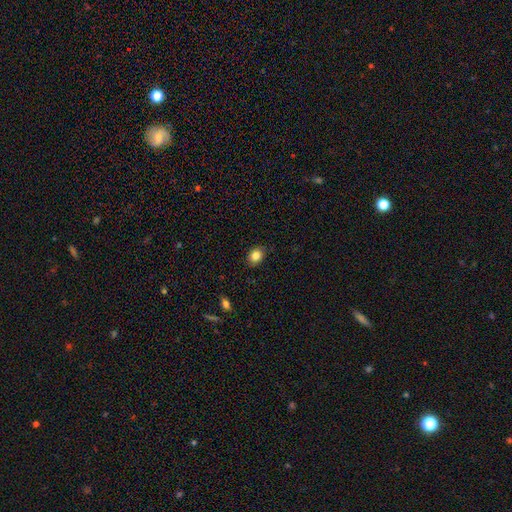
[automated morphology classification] The model was most divided on "how rounded": in between: 50%, round: 49%, cigar-shaped: 1%. More confident: merging — none (84%); smooth or featured — smooth (83%).